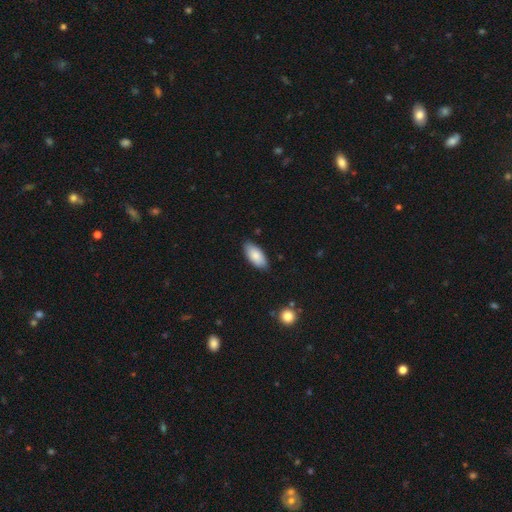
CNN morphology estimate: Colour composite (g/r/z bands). It shows a smooth galaxy with no disk features (85%) that is in between round and cigar-shaped (91%). Merging: none (84%).